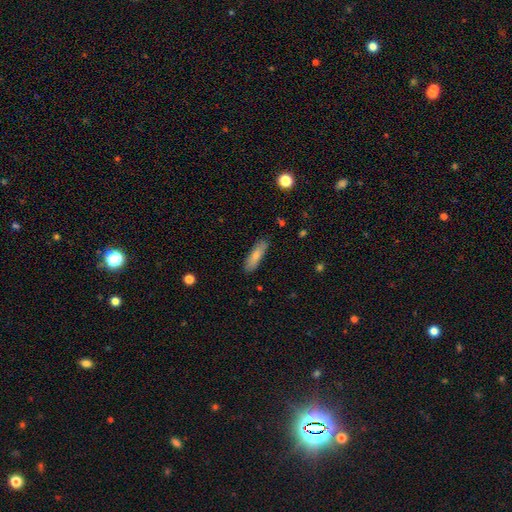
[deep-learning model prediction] smooth 81%, featured or disk 13%, star or artifact 6%. Down the decision tree: how rounded — cigar-shaped (63%); merging — none (83%).